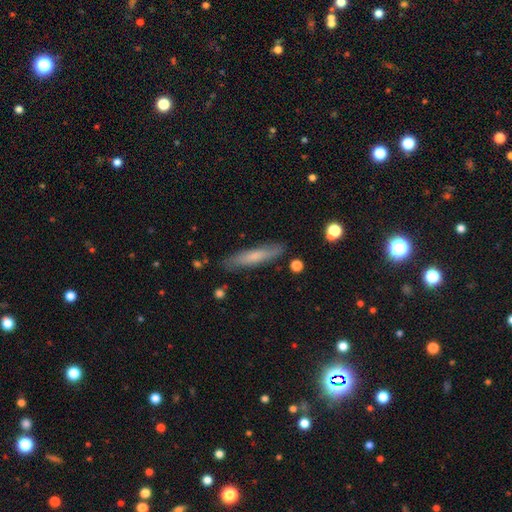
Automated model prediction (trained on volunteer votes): Smooth or featured? Predicted: smooth (p=0.62). How rounded? Predicted: cigar-shaped (p=0.85). Merging? Predicted: none (p=0.83).